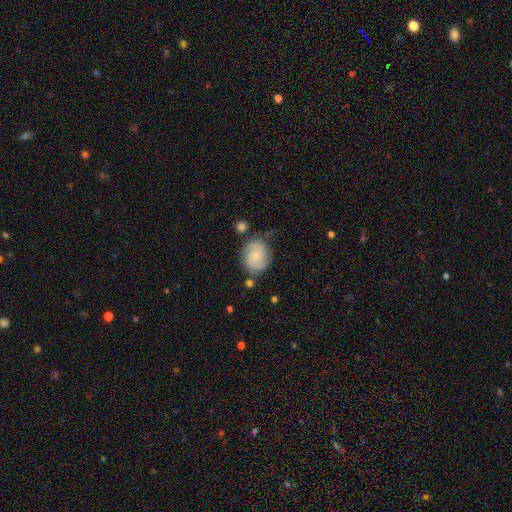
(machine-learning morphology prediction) This appears to be a featured or disk galaxy (57%) with no bar (70%), spiral arms (87%) and a small central bulge (63%). Merging: none (65%).